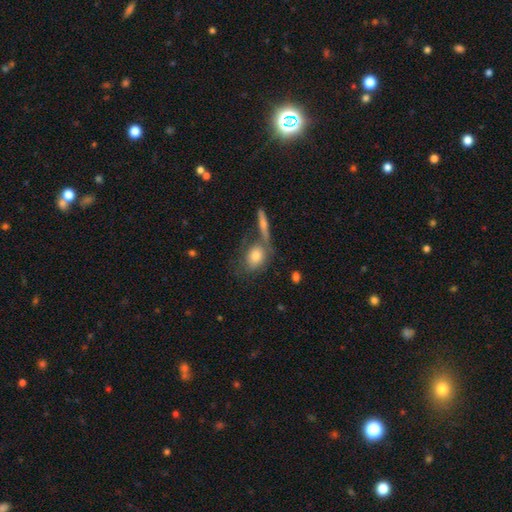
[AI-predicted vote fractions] A smooth galaxy with no disk features (70%) that is in between round and cigar-shaped (51%). Merging: none (49%).